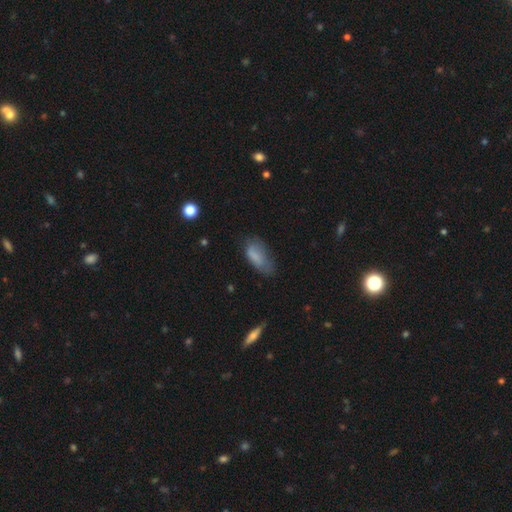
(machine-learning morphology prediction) smooth_or_featured: smooth (p=0.77) [alt: featured or disk p=0.14]
how_rounded: in between (p=0.84) [alt: cigar-shaped p=0.13]
merging: none (p=0.49) [alt: minor disturbance p=0.33]